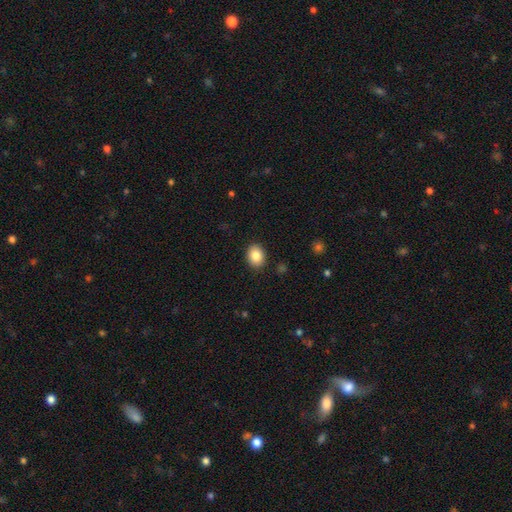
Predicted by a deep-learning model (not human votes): smooth 85%, star or artifact 9%, featured or disk 7%. Down the decision tree: how rounded — in between (51%); merging — none (90%).